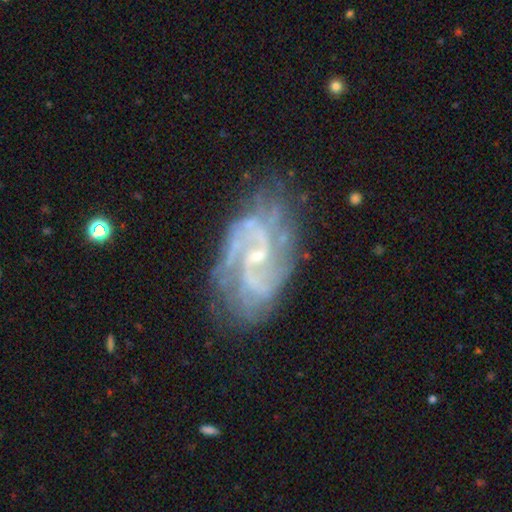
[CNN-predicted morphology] Smooth or featured?
  - featured or disk: 88% *
  - star or artifact: 7%
  - smooth: 6%
Edge-on disk?
  - no: 97% *
  - yes: 3%
Bar?
  - weak: 48% *
  - no: 39%
  - strong: 13%
Spiral arms?
  - yes: 96% *
  - no: 4%
Spiral winding?
  - medium: 49% *
  - tight: 30%
  - loose: 21%
Spiral arm count?
  - 2: 59% *
  - can't tell: 17%
  - 3: 11%
  - 4: 5%
  - 1: 4%
  - more than 4: 4%
Bulge size?
  - small: 73% *
  - moderate: 21%
  - none: 4%
  - large: 1%
  - dominant: 1%
Merging?
  - none: 71% *
  - minor disturbance: 19%
  - major disturbance: 8%
  - merger: 2%